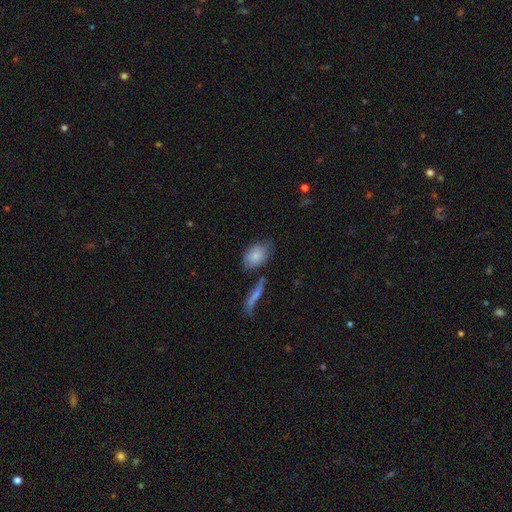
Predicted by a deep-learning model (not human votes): smooth_or_featured: smooth (p=0.82) [alt: featured or disk p=0.11]
how_rounded: in between (p=0.86) [alt: round p=0.11]
merging: none (p=0.61) [alt: minor disturbance p=0.23]